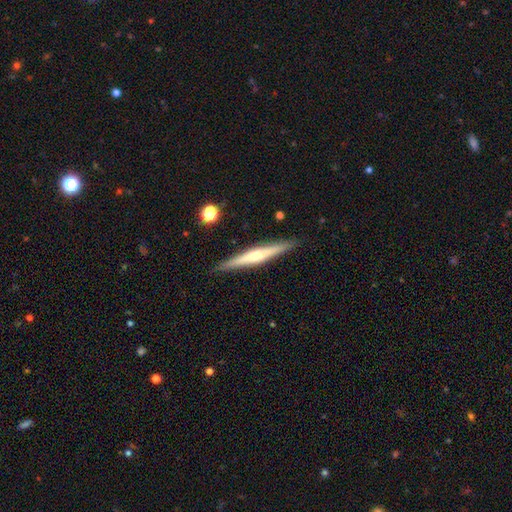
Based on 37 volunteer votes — Smooth or featured? 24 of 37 (65%) said featured or disk. Edge-on disk? 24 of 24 (100%) said yes. Edge-on bulge? 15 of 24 (62%) said rounded. Merging? 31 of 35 (89%) said none.